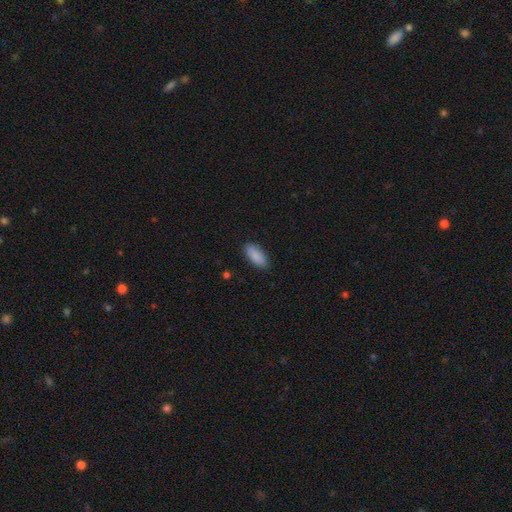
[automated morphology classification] The model was most divided on "how rounded": in between: 85%, cigar-shaped: 13%, round: 2%. More confident: smooth or featured — smooth (89%); merging — none (88%).